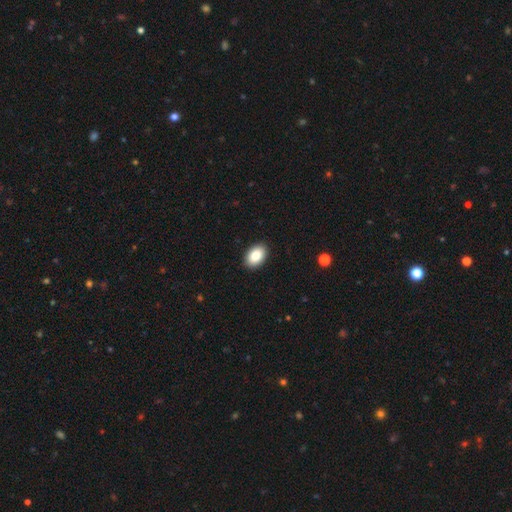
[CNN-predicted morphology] The model was most divided on "how rounded": in between: 89%, round: 10%, cigar-shaped: 1%. More confident: merging — none (90%); smooth or featured — smooth (88%).